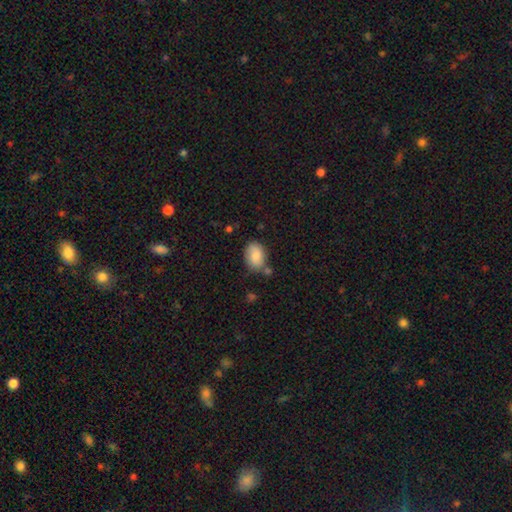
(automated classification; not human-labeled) smooth-or-featured: smooth: 84% | featured or disk: 9% | star or artifact: 7%
  how-rounded: in between: 81% | round: 18% | cigar-shaped: 1%
  merging: none: 66% | minor disturbance: 19% | merger: 10% | major disturbance: 4%